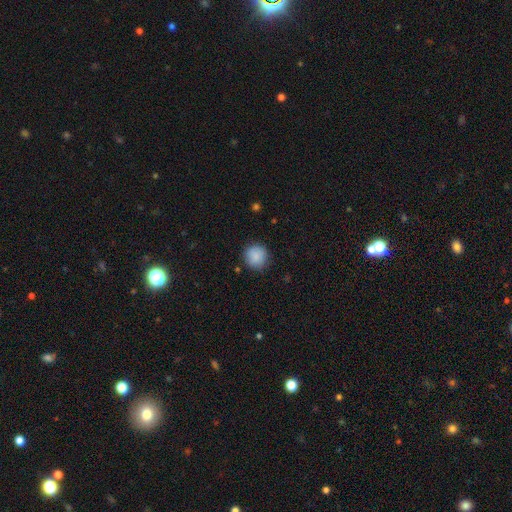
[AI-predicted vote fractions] This appears to be a smooth galaxy with no disk features (88%) that is round (92%). Merging: none (85%).